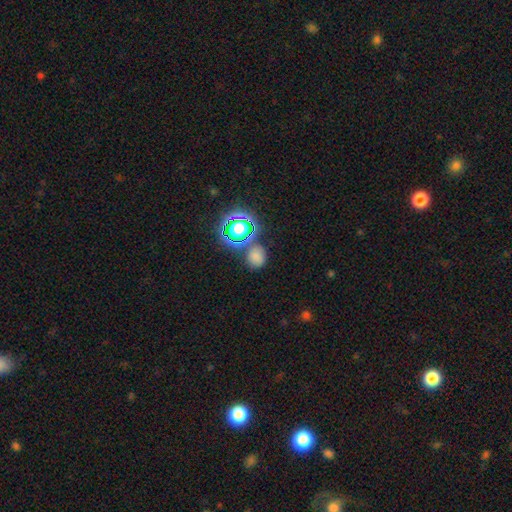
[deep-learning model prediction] Smooth or featured? smooth (66%)
How rounded? round (72%)
Merging? none (72%)